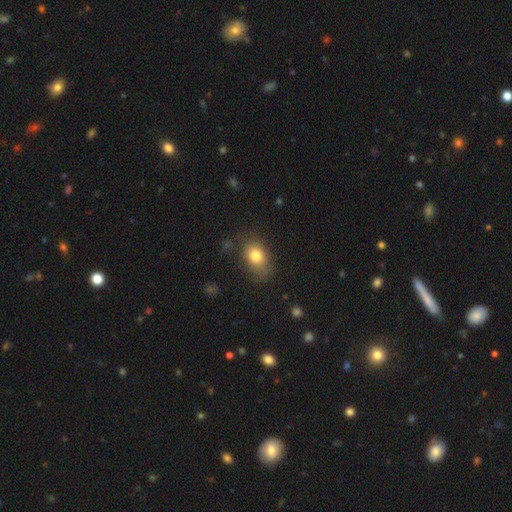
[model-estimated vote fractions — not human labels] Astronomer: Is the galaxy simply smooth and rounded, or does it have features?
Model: smooth — 79%.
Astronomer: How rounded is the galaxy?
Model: in between — 72%.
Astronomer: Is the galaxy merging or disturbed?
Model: none — 67%.